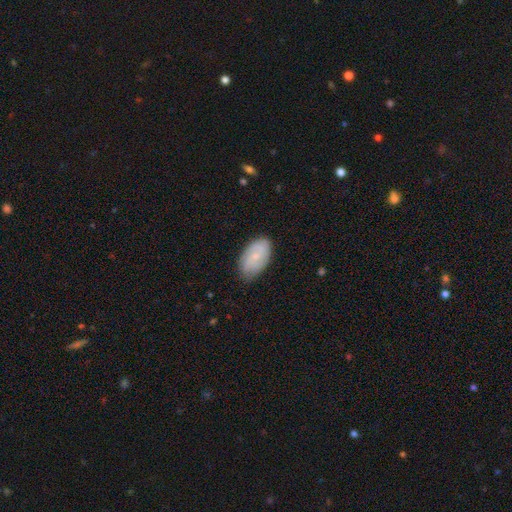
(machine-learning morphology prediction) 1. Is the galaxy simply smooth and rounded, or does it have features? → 47% smooth, 46% featured or disk, 7% star or artifact.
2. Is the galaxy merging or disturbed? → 77% none, 19% minor disturbance, 4% major disturbance, 1% merger.